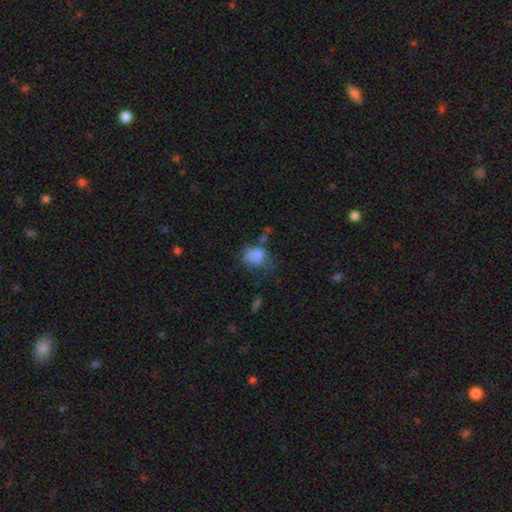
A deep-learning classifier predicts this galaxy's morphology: The model was most divided on "how rounded": in between: 52%, round: 47%, cigar-shaped: 1%. Remaining: smooth or featured — smooth (80%); merging — none (44%).